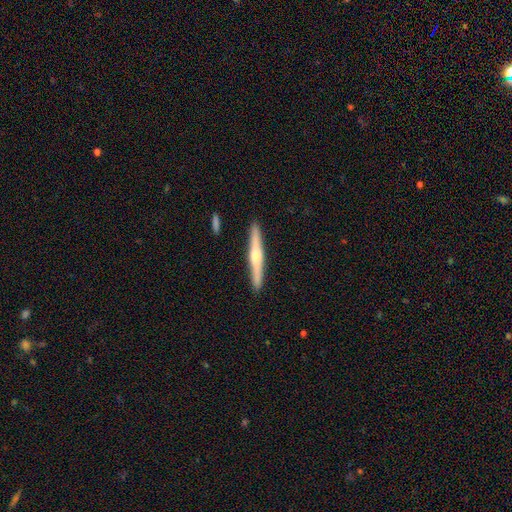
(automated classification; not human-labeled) Smooth or featured?
  - featured or disk: 67% *
  - smooth: 28%
  - star or artifact: 5%
Edge-on disk?
  - yes: 98% *
  - no: 2%
Edge-on bulge?
  - rounded: 91% *
  - none: 6%
  - boxy: 3%
Merging?
  - none: 92% *
  - minor disturbance: 6%
  - merger: 1%
  - major disturbance: 1%